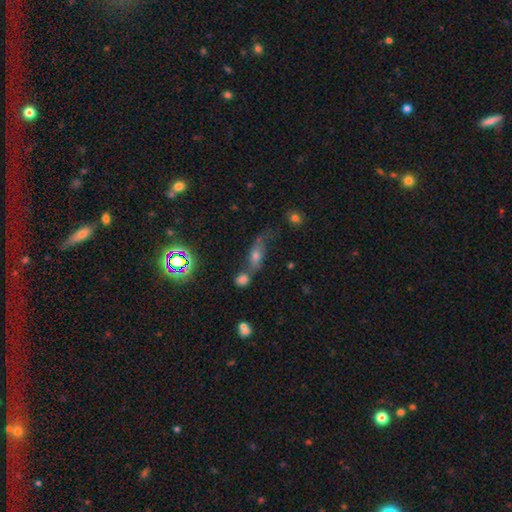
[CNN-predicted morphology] This appears to be a smooth galaxy with no disk features (56%) that is in between round and cigar-shaped (70%). Merging: none (36%).